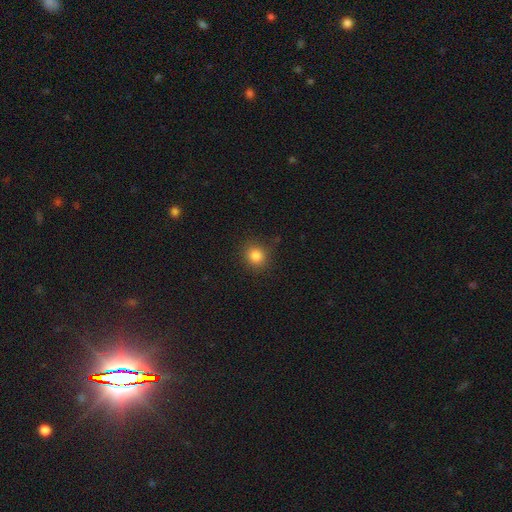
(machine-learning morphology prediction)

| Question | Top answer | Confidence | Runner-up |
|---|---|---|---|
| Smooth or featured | smooth | 83% | star or artifact (12%) |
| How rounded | round | 84% | in between (15%) |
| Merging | none | 87% | minor disturbance (9%) |